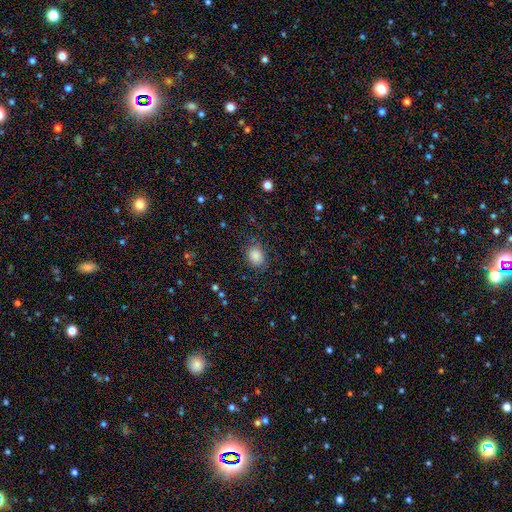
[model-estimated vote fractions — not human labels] Smooth or featured: smooth — 84% (star or artifact — 9%)
How rounded: in between — 57% (round — 42%)
Merging: none — 75% (minor disturbance — 17%)